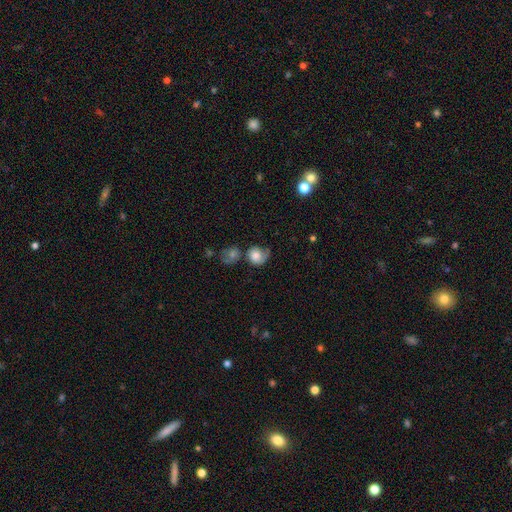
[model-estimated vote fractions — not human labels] smooth 67%, featured or disk 25%, star or artifact 8%. Down the decision tree: how rounded — round (76%); merging — none (33%).